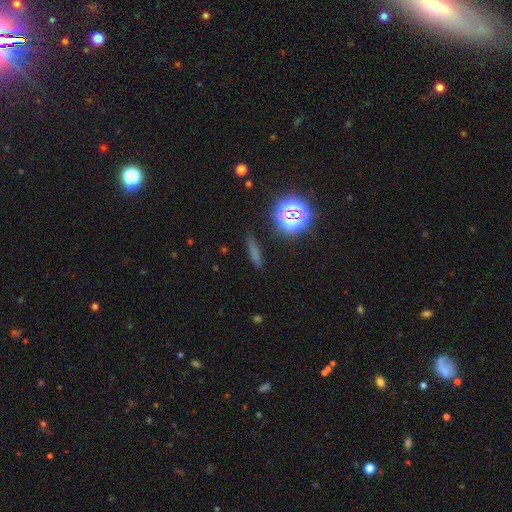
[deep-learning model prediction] smooth-or-featured: smooth: 53% | star or artifact: 30% | featured or disk: 17%
  how-rounded: cigar-shaped: 83% | in between: 11% | round: 7%
  merging: none: 85% | minor disturbance: 10% | major disturbance: 3% | merger: 2%